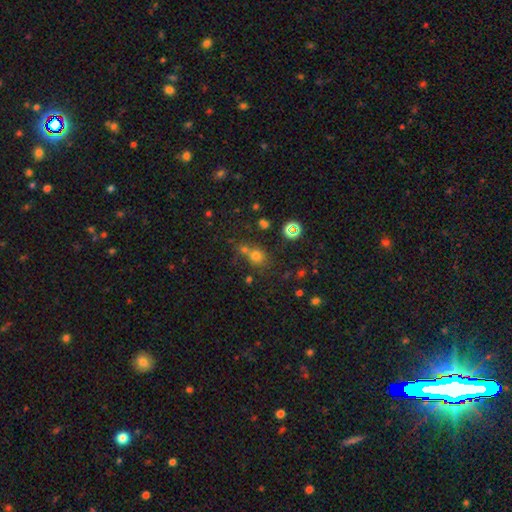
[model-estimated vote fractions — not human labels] Morphology: type=smooth (68%); roundness=round (79%); merging=none (57%).